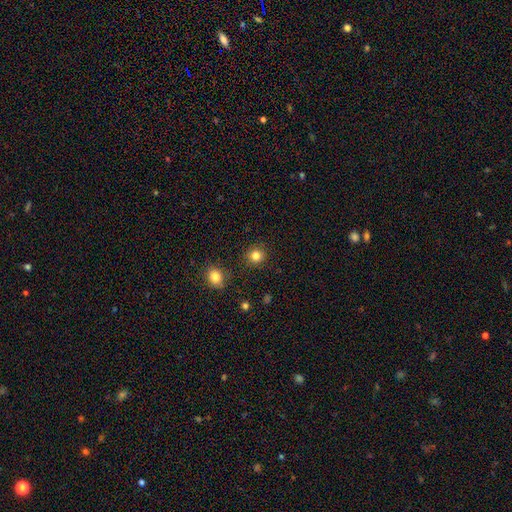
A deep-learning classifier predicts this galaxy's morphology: smooth_or_featured: smooth (p=0.83) [alt: star or artifact p=0.12]
how_rounded: round (p=0.90) [alt: in between p=0.09]
merging: none (p=0.90) [alt: minor disturbance p=0.06]